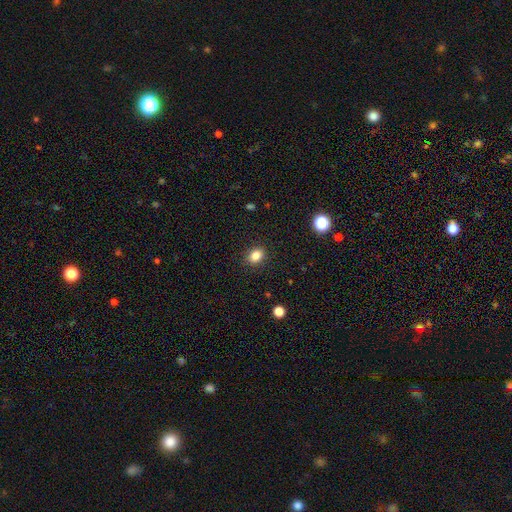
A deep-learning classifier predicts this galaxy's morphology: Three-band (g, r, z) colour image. It shows a smooth galaxy with no disk features (84%) that is in between round and cigar-shaped (63%). Merging: none (88%).